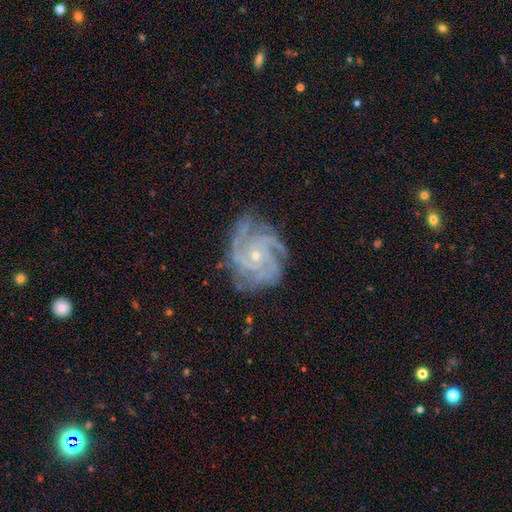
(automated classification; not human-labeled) Q: Smooth or featured?
A: featured or disk (90%); runner-up: star or artifact (6%)
Q: Edge-on disk?
A: no (98%); runner-up: yes (2%)
Q: Bar?
A: no (74%); runner-up: weak (20%)
Q: Spiral arms?
A: yes (98%); runner-up: no (2%)
Q: Spiral winding?
A: tight (66%); runner-up: medium (30%)
Q: Spiral arm count?
A: 4 (33%); runner-up: 3 (29%)
Q: Bulge size?
A: small (77%); runner-up: moderate (20%)
Q: Merging?
A: none (76%); runner-up: minor disturbance (17%)